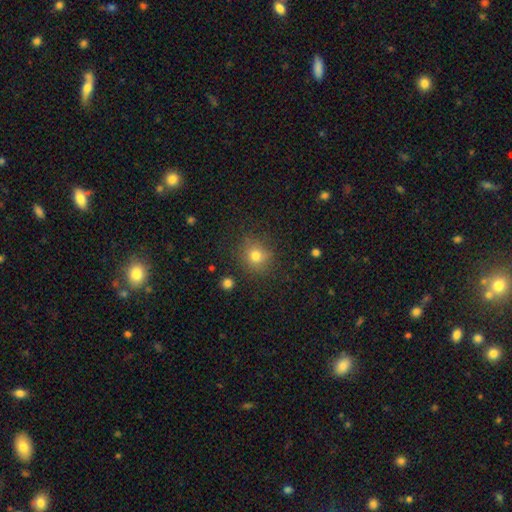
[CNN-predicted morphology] smooth-or-featured: smooth: 77% | star or artifact: 14% | featured or disk: 9%
  how-rounded: round: 80% | in between: 19% | cigar-shaped: 1%
  merging: none: 82% | minor disturbance: 12% | major disturbance: 4% | merger: 2%